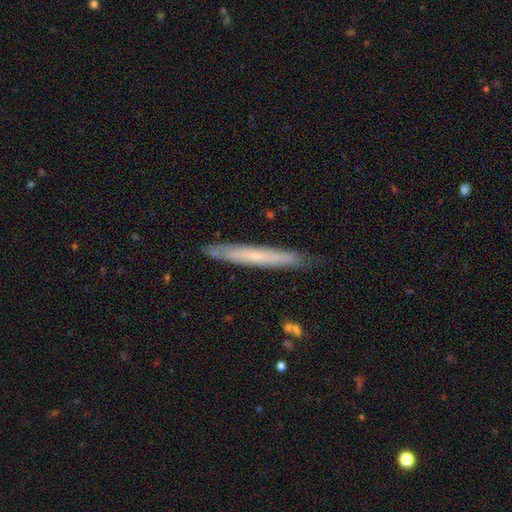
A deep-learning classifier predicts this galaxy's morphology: Q: Smooth or featured?
A: featured or disk (51%); runner-up: smooth (43%)
Q: Edge-on disk?
A: yes (86%); runner-up: no (14%)
Q: Merging?
A: none (84%); runner-up: minor disturbance (13%)